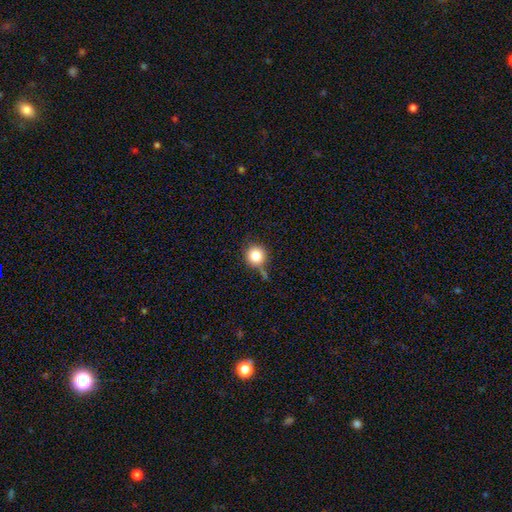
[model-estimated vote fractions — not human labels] smooth 81%, star or artifact 10%, featured or disk 9%. Down the decision tree: how rounded — round (93%); merging — none (63%).